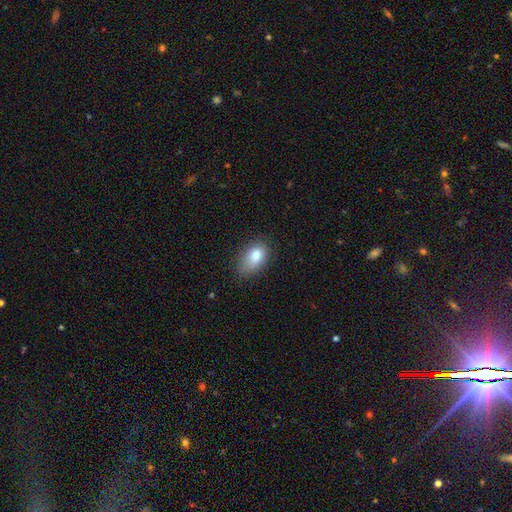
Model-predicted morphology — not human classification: smooth 83%, featured or disk 9%, star or artifact 8%. Down the decision tree: how rounded — in between (90%); merging — none (64%).